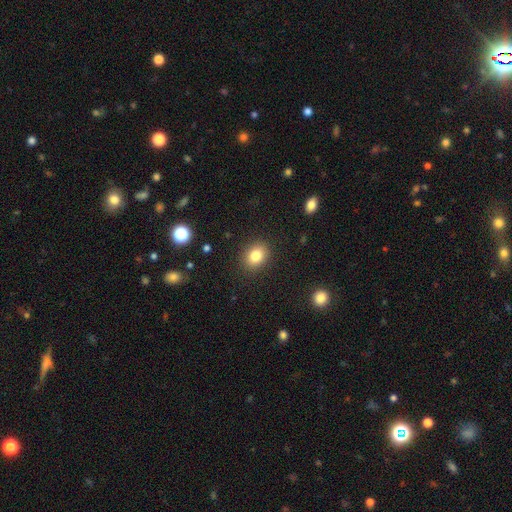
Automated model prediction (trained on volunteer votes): smooth_or_featured: smooth (p=0.82) [alt: star or artifact p=0.10]
how_rounded: in between (p=0.52) [alt: round p=0.47]
merging: none (p=0.88) [alt: minor disturbance p=0.08]